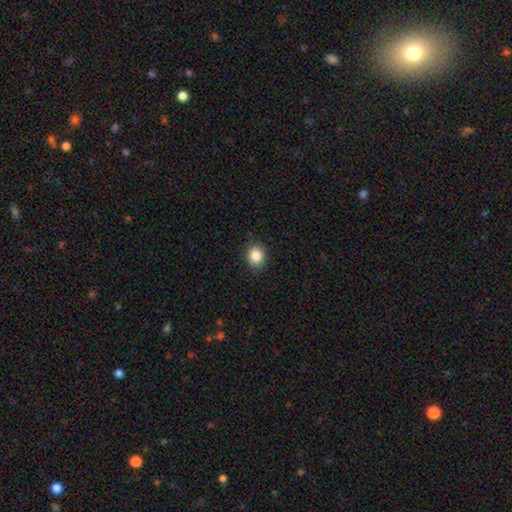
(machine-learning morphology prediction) A smooth galaxy with no disk features (86%) that is round (67%).

Vote fractions:
- Smooth or featured? smooth: 86% / star or artifact: 10% / featured or disk: 5%
- How rounded? round: 67% / in between: 32% / cigar-shaped: 1%
- Merging? none: 89% / minor disturbance: 8% / major disturbance: 2% / merger: 1%